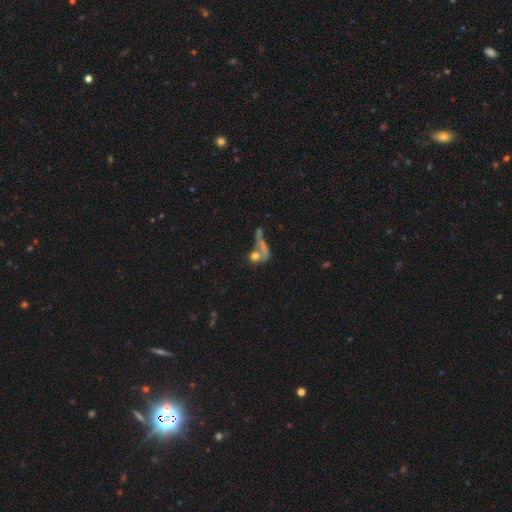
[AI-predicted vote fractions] smooth_or_featured: star or artifact (p=0.37) [alt: smooth p=0.32]